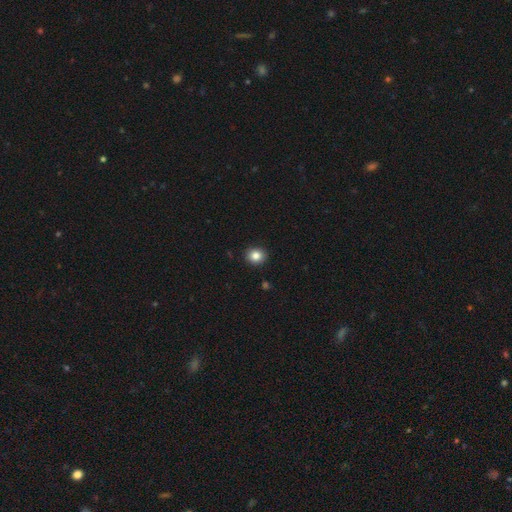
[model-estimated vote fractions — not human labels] Smooth or featured?
  - smooth: 84% *
  - star or artifact: 10%
  - featured or disk: 6%
How rounded?
  - round: 79% *
  - in between: 20%
  - cigar-shaped: 1%
Merging?
  - none: 91% *
  - minor disturbance: 6%
  - major disturbance: 2%
  - merger: 1%